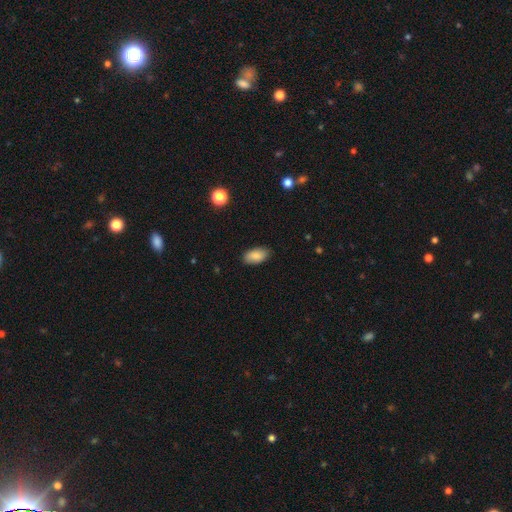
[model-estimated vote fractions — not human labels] This is clearly a smooth galaxy (86%). How rounded: clearly in between (94%). Merging: clearly none (86%).